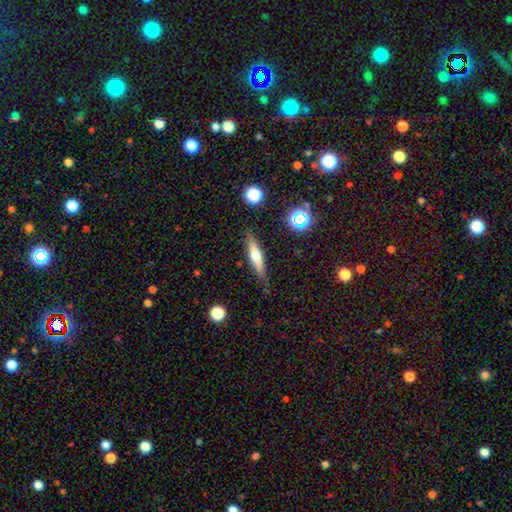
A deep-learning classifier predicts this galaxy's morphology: smooth-or-featured: smooth: 49% | featured or disk: 43% | star or artifact: 8%
  merging: none: 83% | minor disturbance: 13% | major disturbance: 3% | merger: 2%